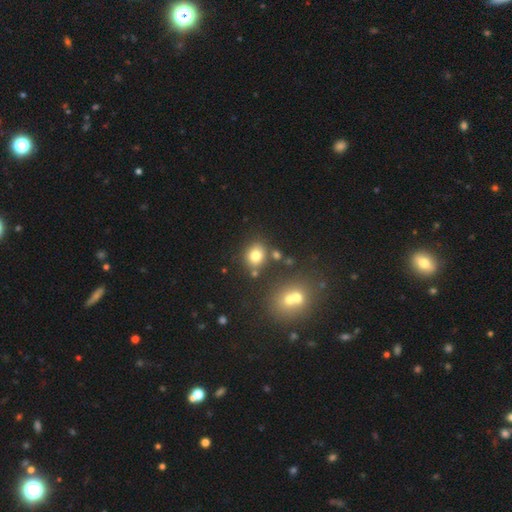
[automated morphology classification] Smooth or featured: smooth — 77% (star or artifact — 14%)
How rounded: round — 69% (in between — 30%)
Merging: none — 74% (merger — 11%)